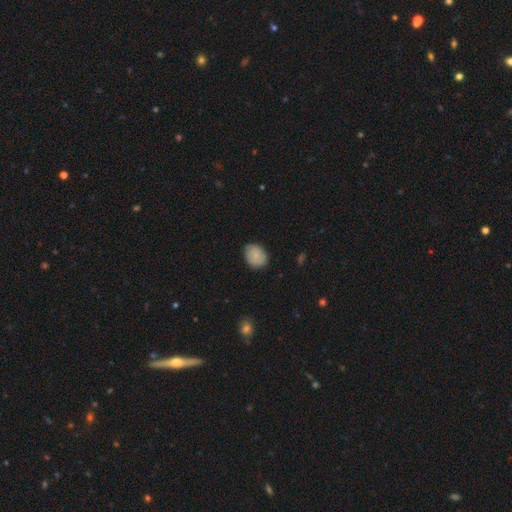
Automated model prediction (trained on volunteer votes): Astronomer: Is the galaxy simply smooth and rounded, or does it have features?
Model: smooth — 78%.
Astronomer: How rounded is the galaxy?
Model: in between — 56% (runner-up: round, 43%).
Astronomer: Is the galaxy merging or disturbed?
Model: none — 78%.